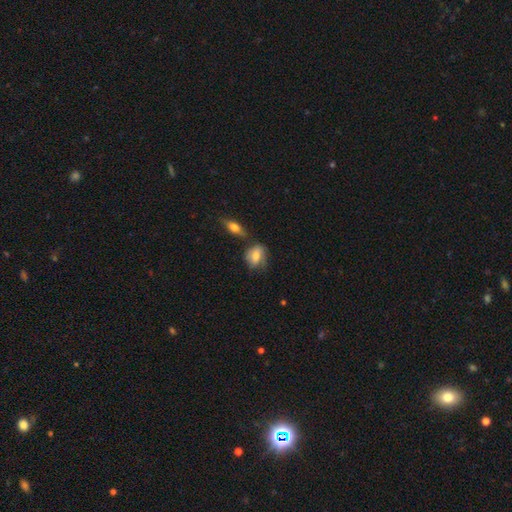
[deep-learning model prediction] smooth-or-featured: smooth: 65% | featured or disk: 27% | star or artifact: 8%
  how-rounded: in between: 68% | round: 29% | cigar-shaped: 3%
  merging: none: 54% | minor disturbance: 26% | merger: 12% | major disturbance: 8%